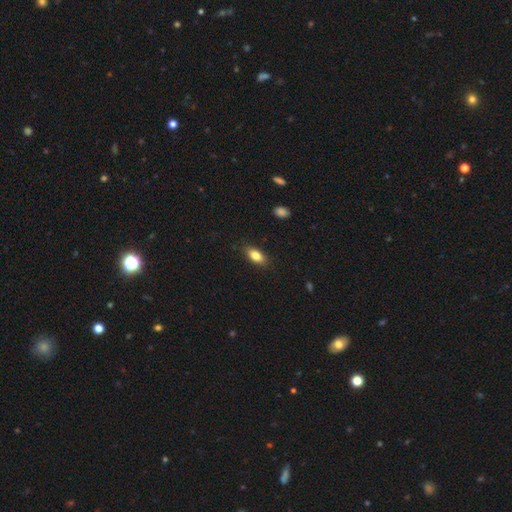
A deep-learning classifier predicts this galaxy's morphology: smooth_or_featured: smooth (p=0.82) [alt: featured or disk p=0.10]
how_rounded: in between (p=0.86) [alt: cigar-shaped p=0.09]
merging: none (p=0.85) [alt: minor disturbance p=0.11]